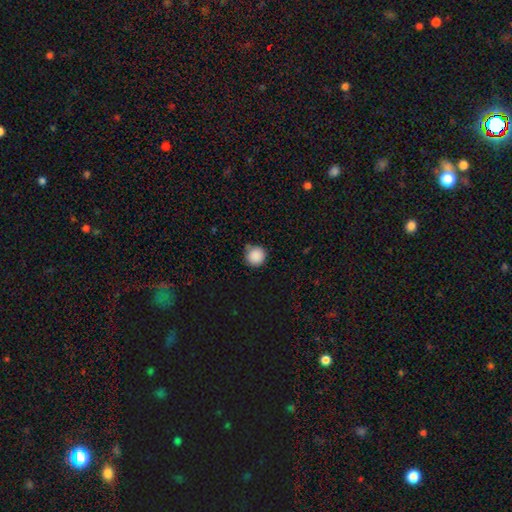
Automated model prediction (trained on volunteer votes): Overall: smooth (88%). How rounded: round (95%). Merging: none (79%).